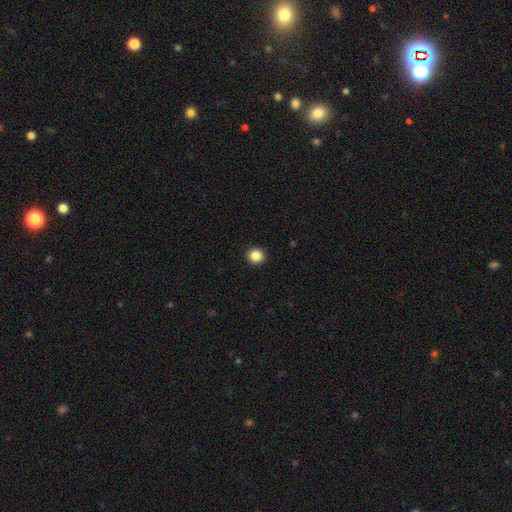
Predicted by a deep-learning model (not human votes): This appears to be a smooth galaxy with no disk features (86%) that is round (91%). Merging: none (93%).